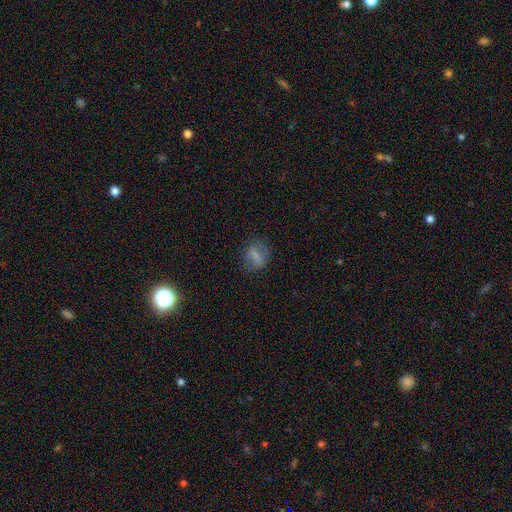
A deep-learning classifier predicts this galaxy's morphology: smooth_or_featured: smooth (p=0.67) [alt: featured or disk p=0.20]
how_rounded: in between (p=0.59) [alt: round p=0.36]
merging: none (p=0.70) [alt: minor disturbance p=0.19]